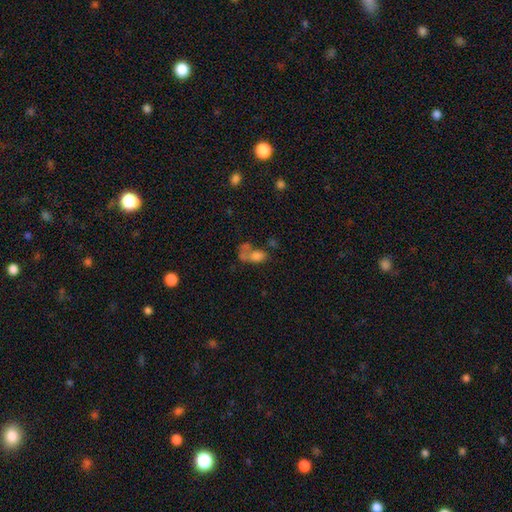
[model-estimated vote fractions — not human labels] Q: Smooth or featured?
A: smooth (60%); runner-up: featured or disk (24%)
Q: How rounded?
A: in between (78%); runner-up: round (19%)
Q: Merging?
A: merger (42%); runner-up: major disturbance (26%)